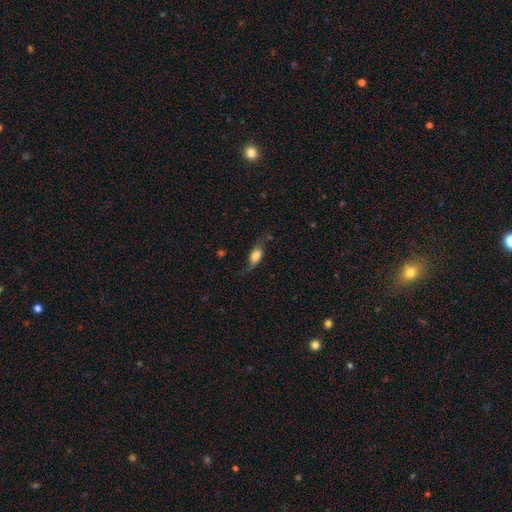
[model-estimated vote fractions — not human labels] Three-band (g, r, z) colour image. It shows a smooth galaxy with no disk features (57%) that is in between round and cigar-shaped (75%). Merging: none (58%).